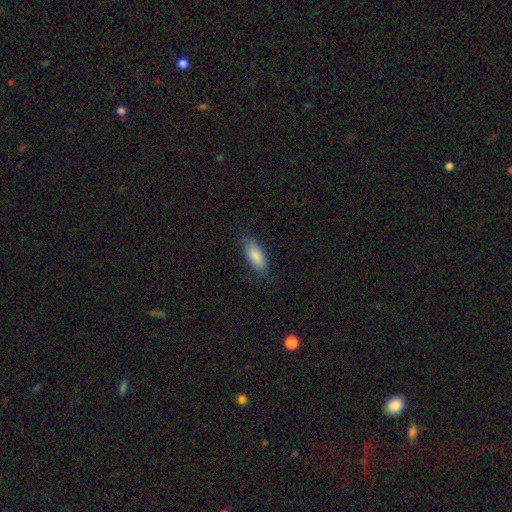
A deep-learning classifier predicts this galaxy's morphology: Smooth or featured?
  - smooth: 86% *
  - featured or disk: 8%
  - star or artifact: 6%
How rounded?
  - in between: 84% *
  - cigar-shaped: 14%
  - round: 2%
Merging?
  - none: 79% *
  - minor disturbance: 16%
  - major disturbance: 4%
  - merger: 1%